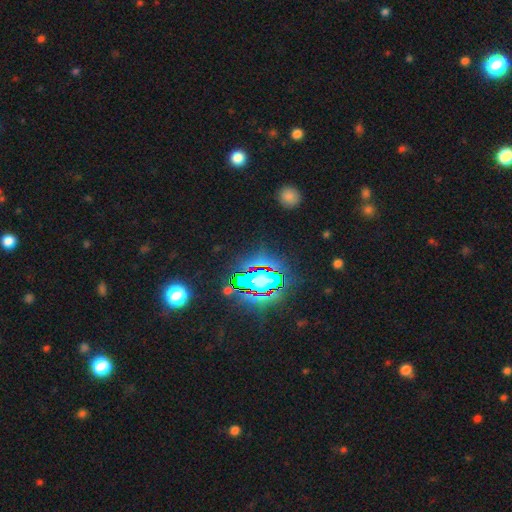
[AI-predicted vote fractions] This is clearly a star or artifact rather than a galaxy (83%).